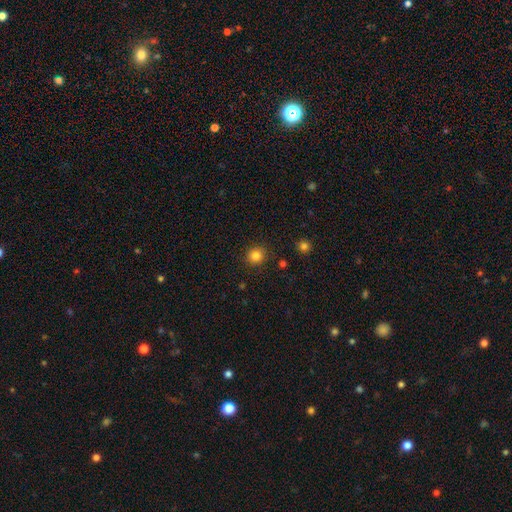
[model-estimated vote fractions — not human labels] Q: Smooth or featured?
A: smooth (84%); runner-up: star or artifact (12%)
Q: How rounded?
A: round (90%); runner-up: in between (10%)
Q: Merging?
A: none (89%); runner-up: minor disturbance (7%)